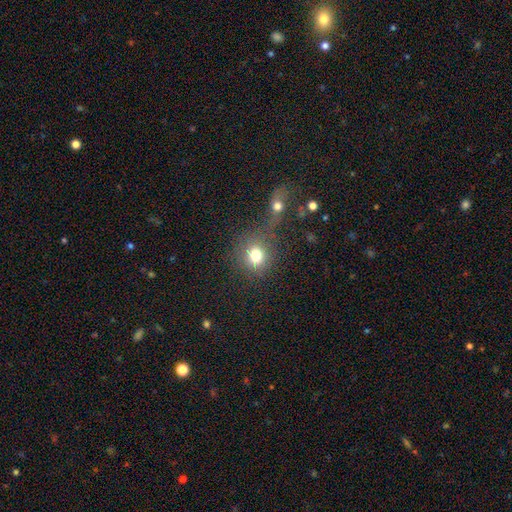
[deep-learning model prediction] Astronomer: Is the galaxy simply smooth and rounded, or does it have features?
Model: smooth — 78%.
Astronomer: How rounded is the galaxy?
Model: round — 72%.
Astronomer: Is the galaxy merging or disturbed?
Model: none — 55%.